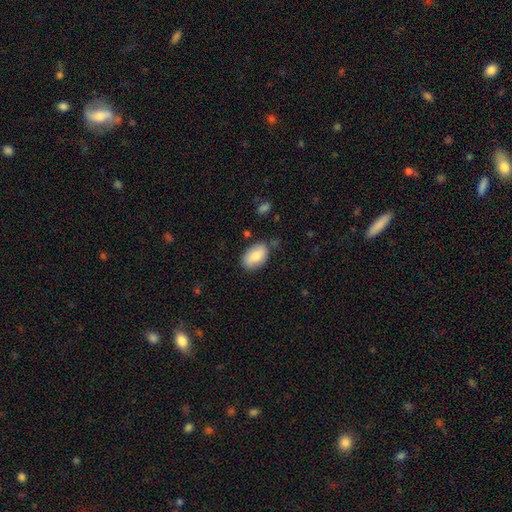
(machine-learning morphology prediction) smooth 79%, featured or disk 14%, star or artifact 6%. Down the decision tree: how rounded — in between (93%); merging — none (78%).